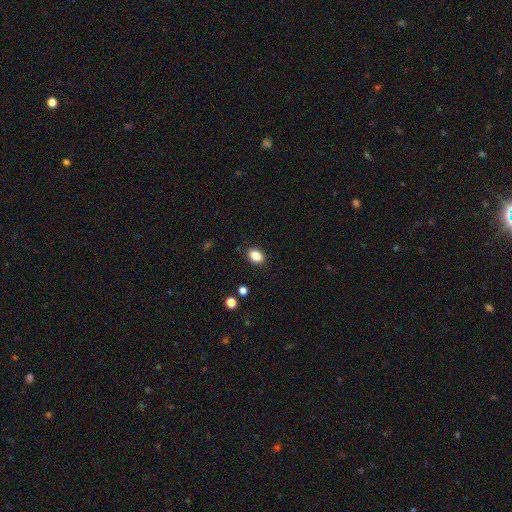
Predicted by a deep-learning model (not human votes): This is clearly a smooth galaxy (86%). How rounded: likely in between (75%). Merging: clearly none (88%).